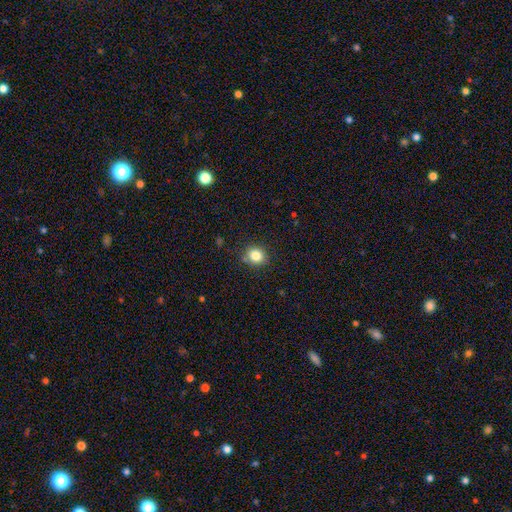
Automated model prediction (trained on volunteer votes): Smooth or featured?
  - smooth: 83% *
  - star or artifact: 11%
  - featured or disk: 6%
How rounded?
  - round: 73% *
  - in between: 26%
  - cigar-shaped: 1%
Merging?
  - none: 83% *
  - minor disturbance: 11%
  - merger: 3%
  - major disturbance: 3%